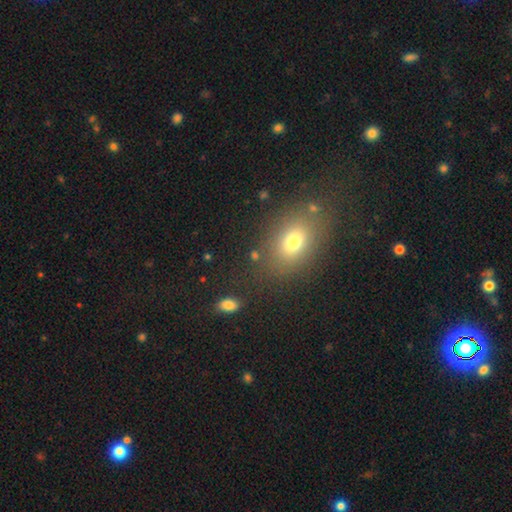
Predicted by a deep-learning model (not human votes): The model was most divided on "how rounded": in between: 72%, round: 25%, cigar-shaped: 3%. More confident: merging — none (77%); smooth or featured — smooth (69%).